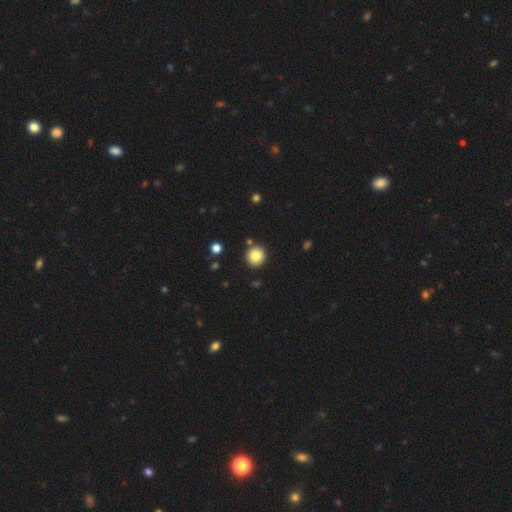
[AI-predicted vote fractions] smooth 83%, star or artifact 10%, featured or disk 7%. Down the decision tree: how rounded — round (93%); merging — none (87%).